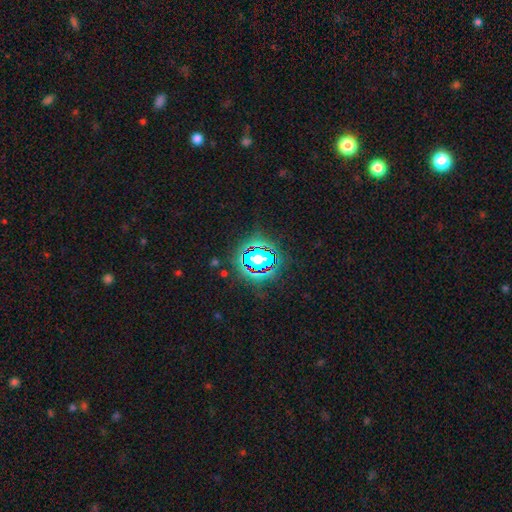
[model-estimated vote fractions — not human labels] Smooth or featured: star or artifact — 65% (smooth — 22%)